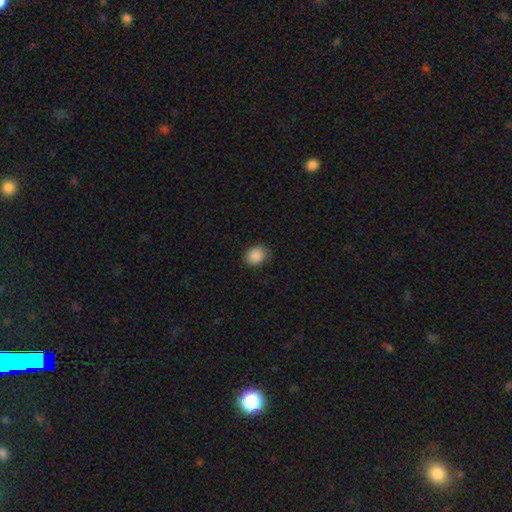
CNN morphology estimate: This appears to be a smooth galaxy with no disk features (89%) that is round (52%). Merging: none (85%).